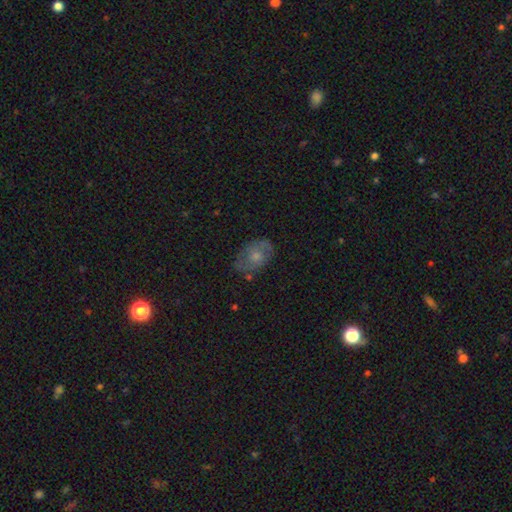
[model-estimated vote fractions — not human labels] Smooth or featured? smooth (50%)
Merging? none (68%)